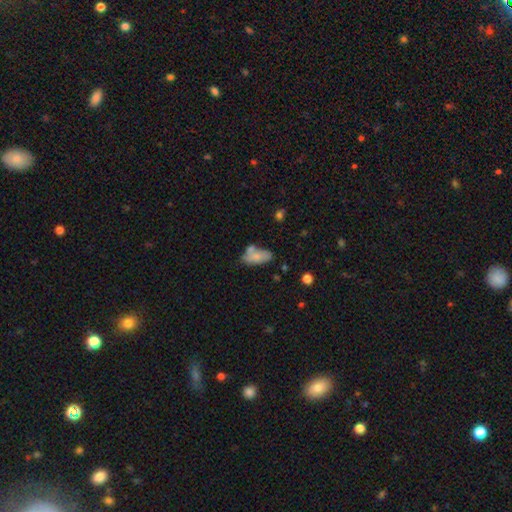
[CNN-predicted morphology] A smooth galaxy with no disk features (74%) that is in between round and cigar-shaped (89%). Merging: none (47%).